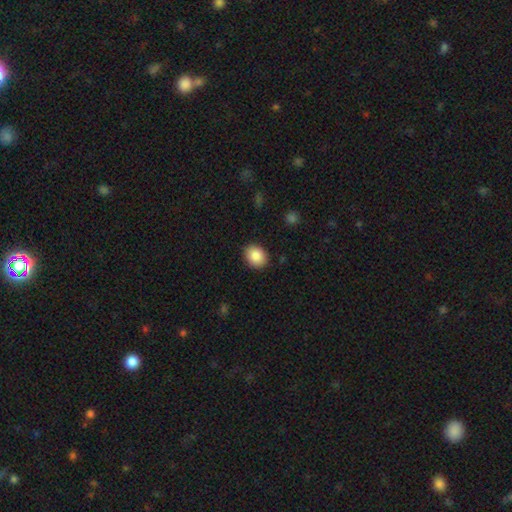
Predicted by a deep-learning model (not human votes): This appears to be a smooth galaxy with no disk features (87%) that is round (54%). Merging: none (88%).